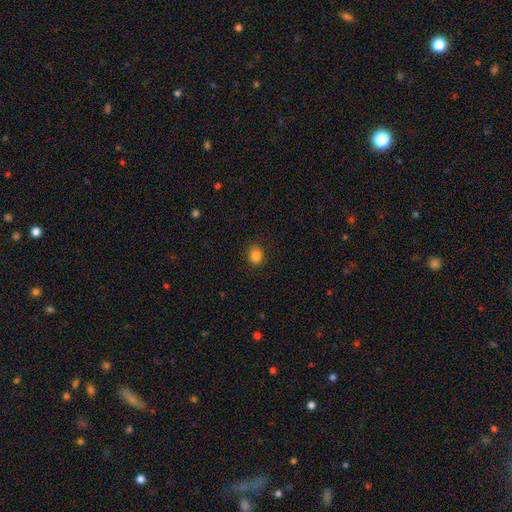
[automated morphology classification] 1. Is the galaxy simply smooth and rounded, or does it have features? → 84% smooth, 11% star or artifact, 5% featured or disk.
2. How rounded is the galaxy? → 72% round, 27% in between, 1% cigar-shaped.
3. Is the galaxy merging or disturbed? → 88% none, 8% minor disturbance, 2% major disturbance, 1% merger.